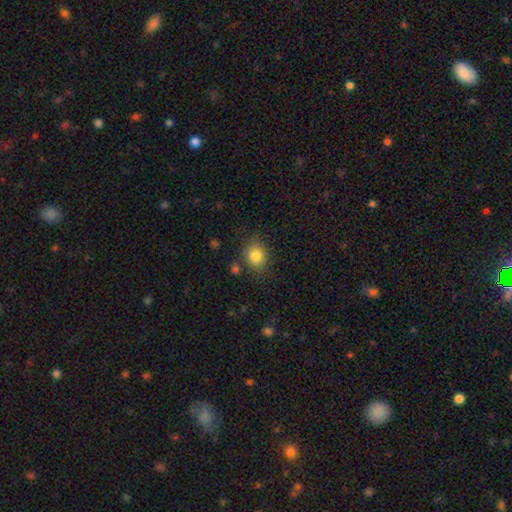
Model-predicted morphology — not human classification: smooth_or_featured: smooth (p=0.84) [alt: star or artifact p=0.10]
how_rounded: round (p=0.69) [alt: in between p=0.30]
merging: none (p=0.77) [alt: minor disturbance p=0.14]